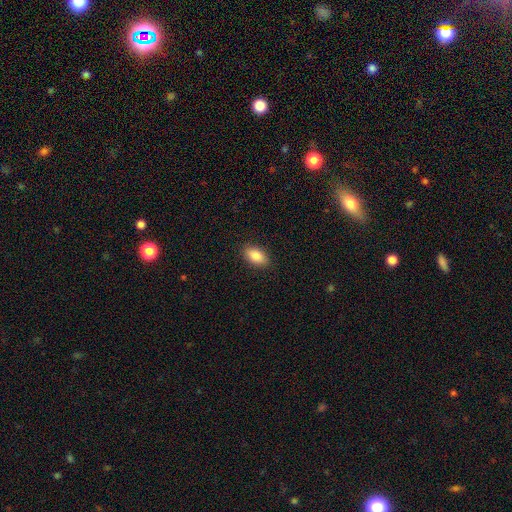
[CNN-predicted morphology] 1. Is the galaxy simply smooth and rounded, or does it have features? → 86% smooth, 7% star or artifact, 7% featured or disk.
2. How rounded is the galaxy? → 92% in between, 5% round, 3% cigar-shaped.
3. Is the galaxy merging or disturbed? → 89% none, 8% minor disturbance, 2% major disturbance, 1% merger.